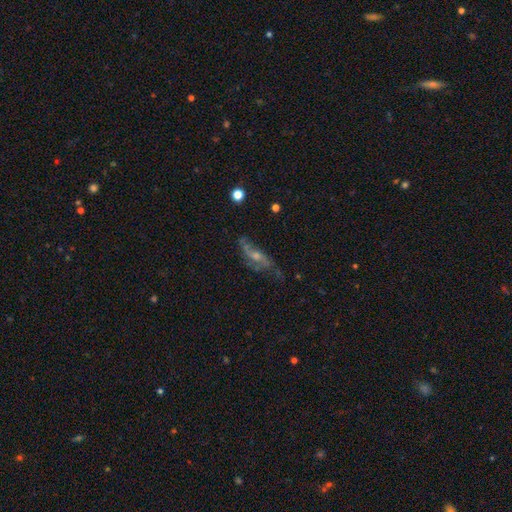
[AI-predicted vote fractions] Smooth or featured? featured or disk (70%)
Edge-on disk? no (77%)
Bar? no (58%)
Spiral arms? yes (85%)
Bulge size? moderate (45%)
Merging? none (58%)